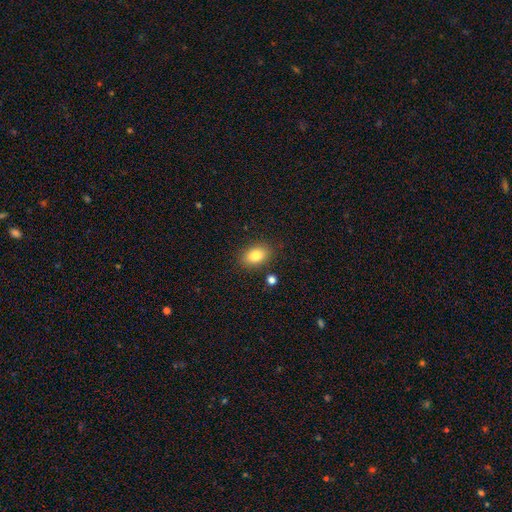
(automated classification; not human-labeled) Overall: smooth (83%). How rounded: in between (82%). Merging: none (84%).